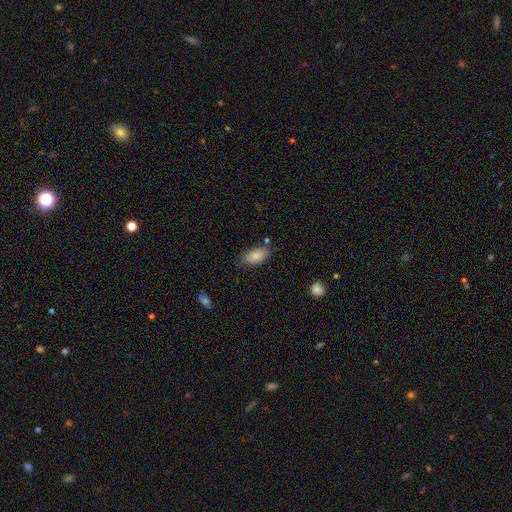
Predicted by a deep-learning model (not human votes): Overall: smooth (85%). How rounded: in between (92%). Merging: none (72%).